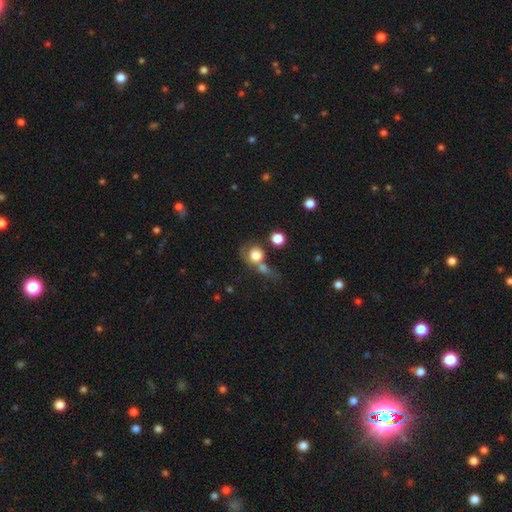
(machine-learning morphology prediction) The model was most divided on "merging": merger: 45%, none: 27%, major disturbance: 16%, minor disturbance: 12%. More confident: how rounded — round (79%); smooth or featured — smooth (74%).